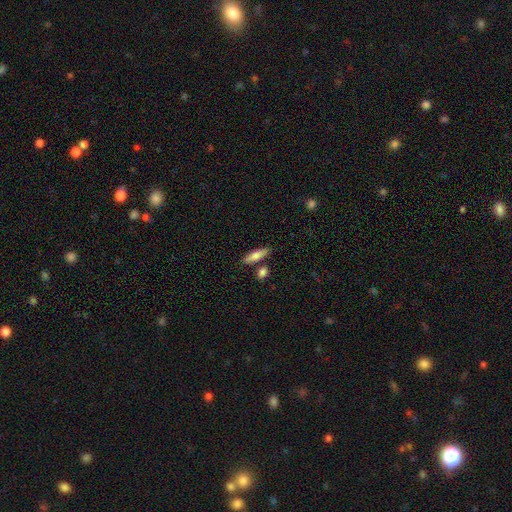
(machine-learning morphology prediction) type=smooth (71%); roundness=cigar-shaped (58%); merging=none (79%).